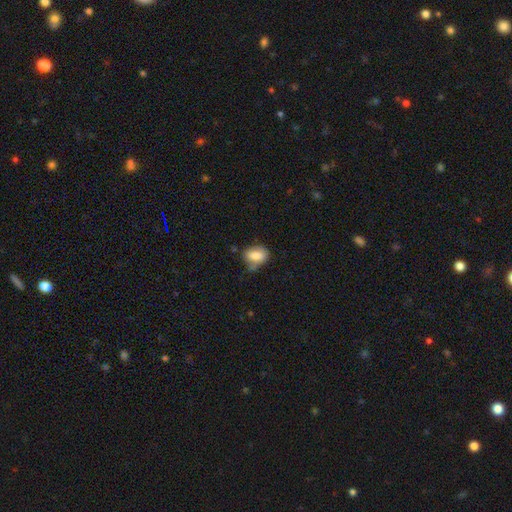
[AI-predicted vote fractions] Smooth or featured?
  - smooth: 79% *
  - featured or disk: 13%
  - star or artifact: 8%
How rounded?
  - in between: 75% *
  - round: 23%
  - cigar-shaped: 2%
Merging?
  - none: 55% *
  - minor disturbance: 30%
  - major disturbance: 8%
  - merger: 7%